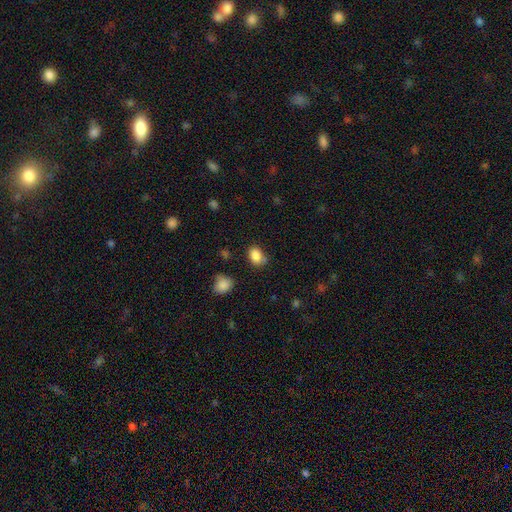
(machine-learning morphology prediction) smooth-or-featured: smooth: 86% | star or artifact: 10% | featured or disk: 4%
  how-rounded: in between: 72% | round: 27% | cigar-shaped: 1%
  merging: none: 68% | minor disturbance: 21% | merger: 6% | major disturbance: 5%